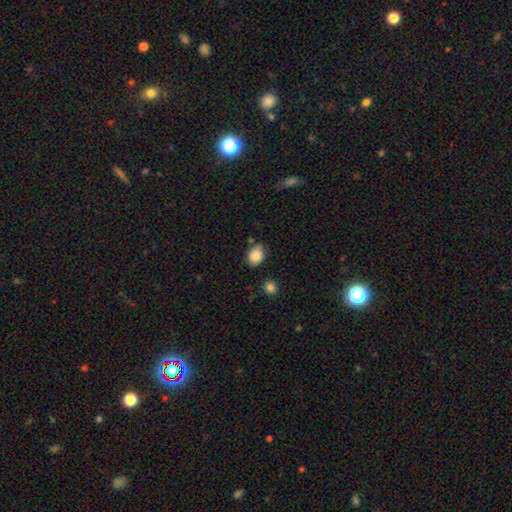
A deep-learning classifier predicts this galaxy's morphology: This appears to be a smooth galaxy with no disk features (86%) that is in between round and cigar-shaped (64%). Merging: none (68%).